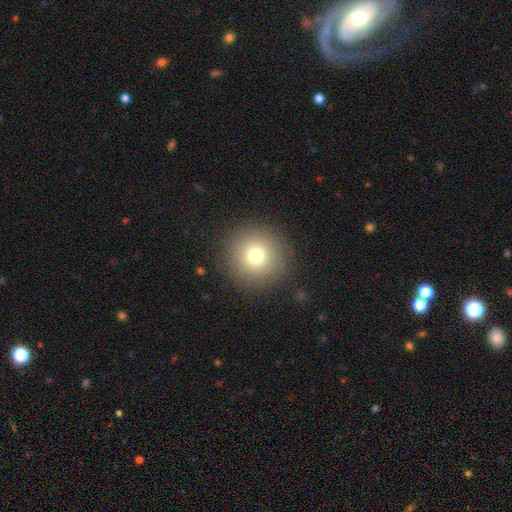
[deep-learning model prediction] smooth_or_featured: smooth (p=0.75) [alt: star or artifact p=0.14]
how_rounded: round (p=0.96) [alt: in between p=0.03]
merging: none (p=0.90) [alt: minor disturbance p=0.06]